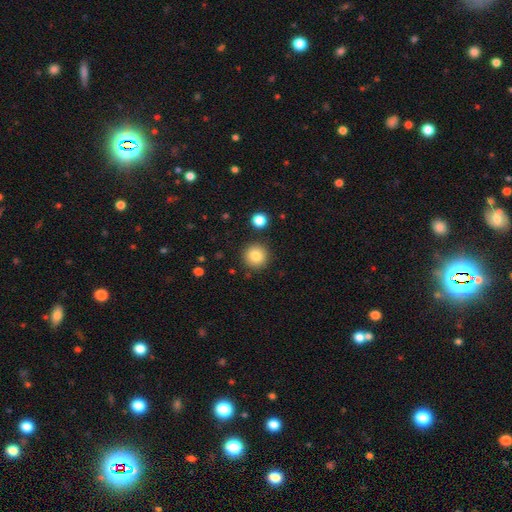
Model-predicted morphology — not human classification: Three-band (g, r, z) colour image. It shows a smooth galaxy with no disk features (83%) that is round (95%). Merging: none (89%).